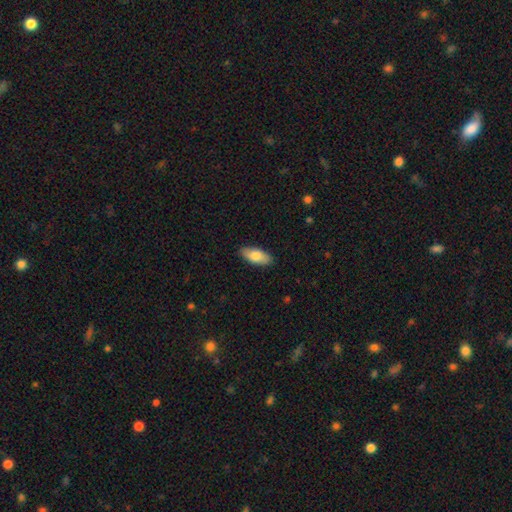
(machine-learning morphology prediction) Smooth or featured: smooth — 77% (featured or disk — 17%)
How rounded: in between — 85% (cigar-shaped — 13%)
Merging: none — 88% (minor disturbance — 9%)